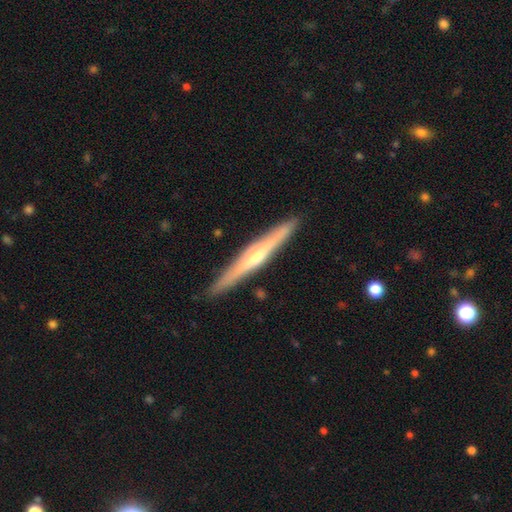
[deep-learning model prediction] This appears to be a featured or disk galaxy (69%) viewed edge-on (97%) with a rounded central bulge (76%). Merging: none (90%).